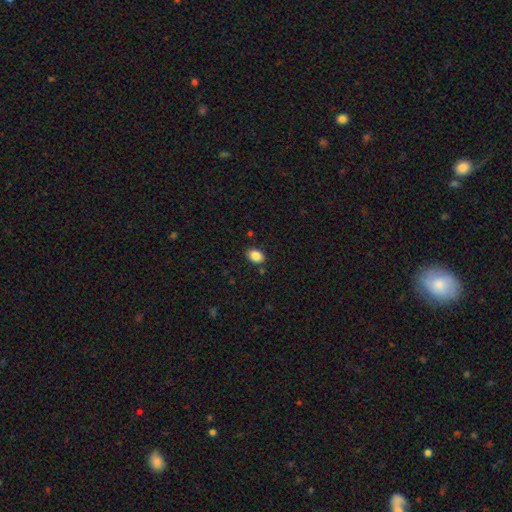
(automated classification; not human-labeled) smooth-or-featured: smooth: 86% | star or artifact: 9% | featured or disk: 5%
  how-rounded: in between: 76% | round: 23% | cigar-shaped: 1%
  merging: none: 83% | minor disturbance: 11% | merger: 3% | major disturbance: 3%